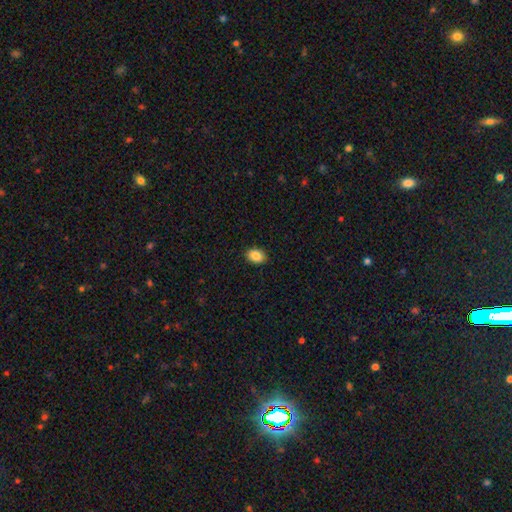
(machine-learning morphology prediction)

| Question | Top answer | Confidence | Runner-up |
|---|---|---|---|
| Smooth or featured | smooth | 87% | star or artifact (8%) |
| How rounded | in between | 74% | round (25%) |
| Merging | none | 90% | minor disturbance (7%) |